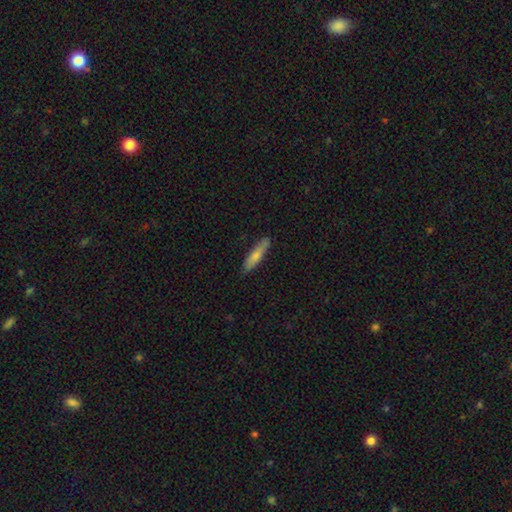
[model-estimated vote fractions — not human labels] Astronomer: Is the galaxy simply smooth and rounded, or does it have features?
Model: smooth — 72%.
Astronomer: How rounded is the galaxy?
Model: cigar-shaped — 82%.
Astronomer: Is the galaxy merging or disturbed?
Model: none — 85%.